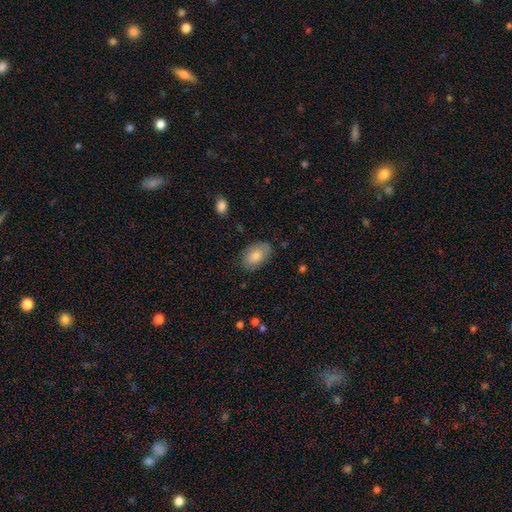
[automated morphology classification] smooth-or-featured: smooth: 82% | featured or disk: 11% | star or artifact: 7%
  how-rounded: in between: 89% | round: 9% | cigar-shaped: 1%
  merging: none: 78% | minor disturbance: 16% | major disturbance: 4% | merger: 1%